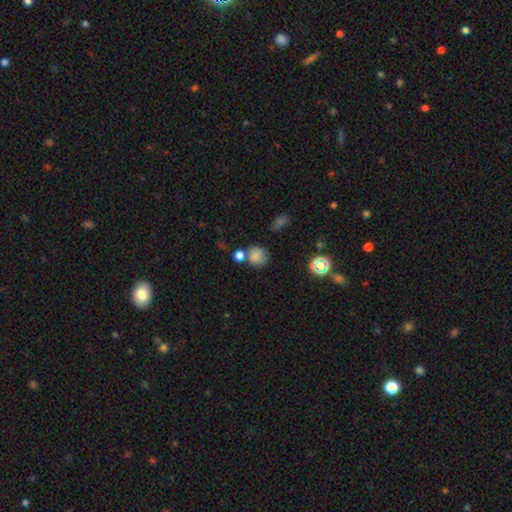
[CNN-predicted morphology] A smooth galaxy with no disk features (79%) that is round (84%).

Vote fractions:
- Smooth or featured? smooth: 79% / star or artifact: 13% / featured or disk: 8%
- How rounded? round: 84% / in between: 15% / cigar-shaped: 1%
- Merging? none: 55% / merger: 25% / minor disturbance: 14% / major disturbance: 6%